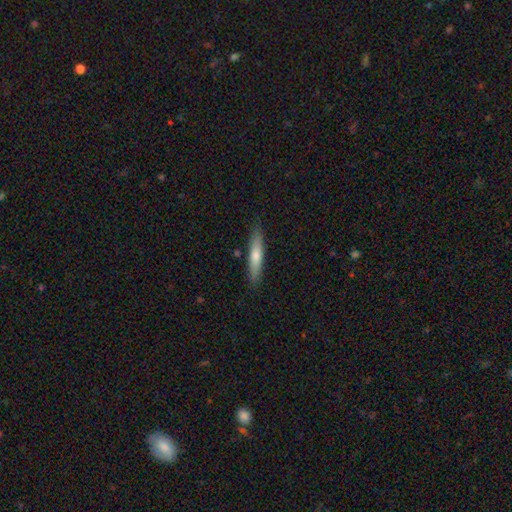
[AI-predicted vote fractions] Smooth or featured? smooth (60%)
How rounded? cigar-shaped (89%)
Merging? none (88%)